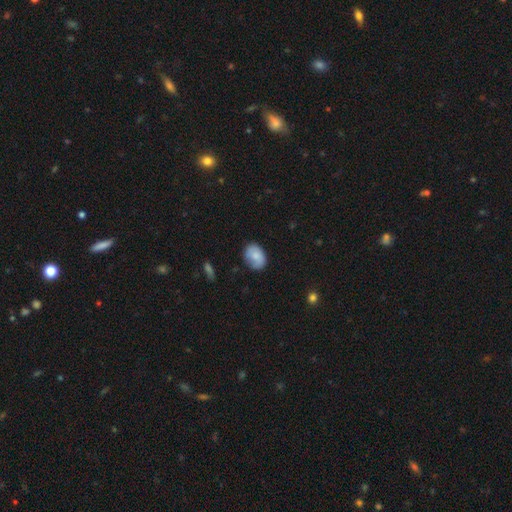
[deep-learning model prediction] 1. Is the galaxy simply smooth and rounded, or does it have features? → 82% smooth, 11% featured or disk, 7% star or artifact.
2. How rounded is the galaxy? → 74% in between, 24% round, 1% cigar-shaped.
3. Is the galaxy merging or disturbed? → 73% none, 21% minor disturbance, 4% major disturbance, 1% merger.